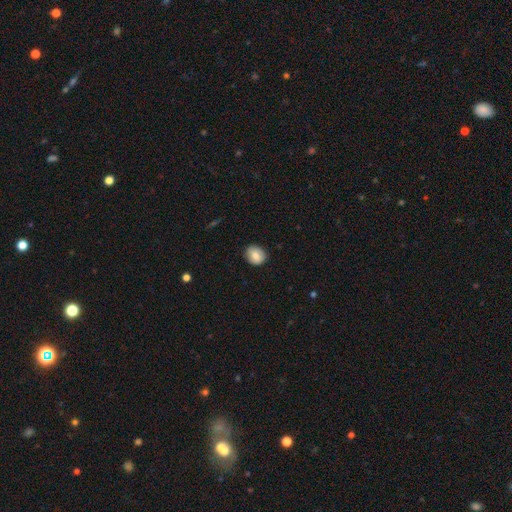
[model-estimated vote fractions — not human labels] Smooth or featured? Predicted: smooth (p=0.81). How rounded? Predicted: round (p=0.64). Merging? Predicted: none (p=0.87).